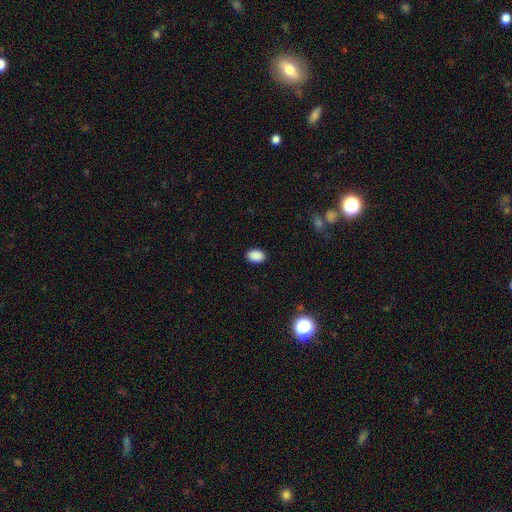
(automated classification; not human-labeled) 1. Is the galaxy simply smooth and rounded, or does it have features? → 89% smooth, 8% star or artifact, 2% featured or disk.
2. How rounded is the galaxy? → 85% in between, 14% round, 1% cigar-shaped.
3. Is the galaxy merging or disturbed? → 89% none, 8% minor disturbance, 2% major disturbance, 1% merger.